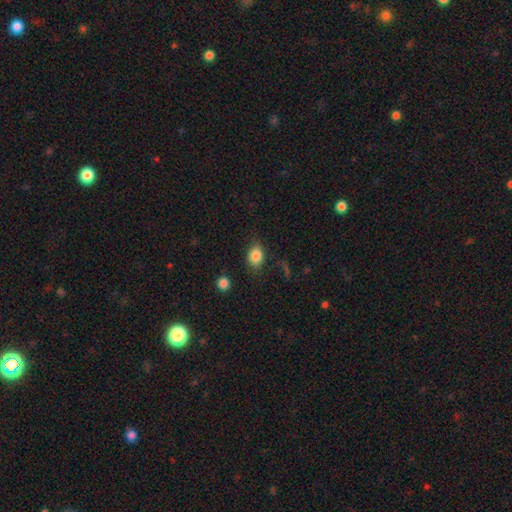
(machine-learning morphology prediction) Smooth or featured: smooth — 84% (star or artifact — 9%)
How rounded: in between — 70% (round — 29%)
Merging: none — 74% (minor disturbance — 18%)